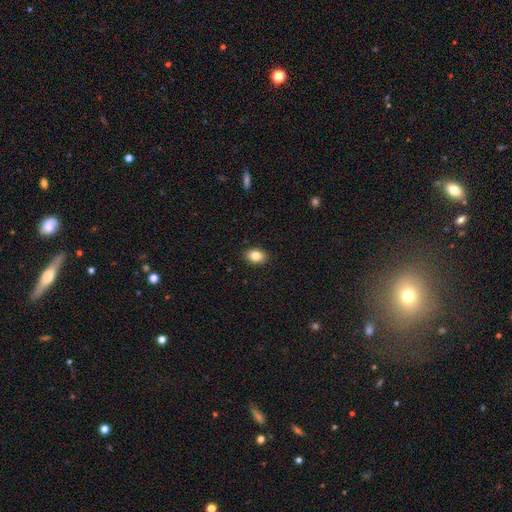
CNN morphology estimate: Smooth or featured?
  - smooth: 83% *
  - star or artifact: 9%
  - featured or disk: 8%
How rounded?
  - in between: 77% *
  - round: 22%
  - cigar-shaped: 1%
Merging?
  - none: 90% *
  - minor disturbance: 8%
  - major disturbance: 2%
  - merger: 1%